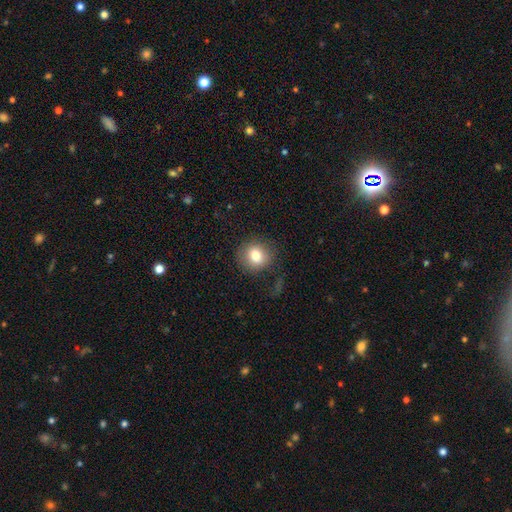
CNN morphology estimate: A smooth galaxy with no disk features (78%) that is round (83%). Merging: none (80%).